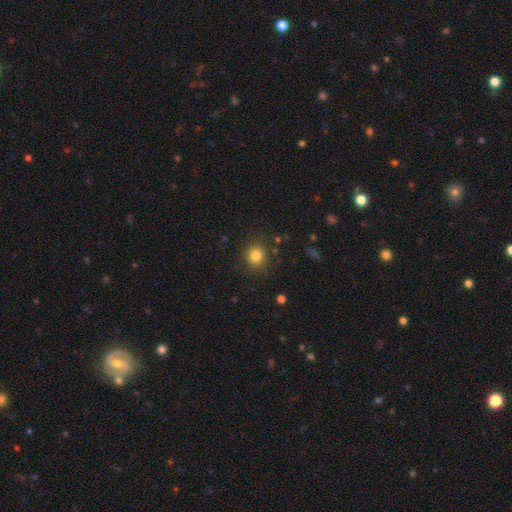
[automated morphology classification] Overall: smooth (82%). How rounded: round (84%). Merging: none (87%).